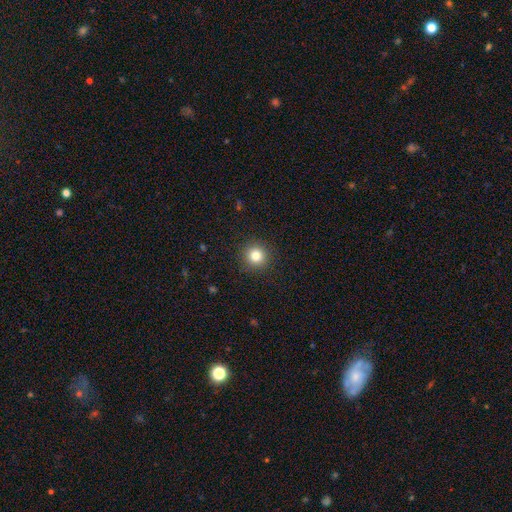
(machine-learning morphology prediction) A smooth galaxy with no disk features (81%) that is round (95%).

Vote fractions:
- Smooth or featured? smooth: 81% / star or artifact: 12% / featured or disk: 6%
- How rounded? round: 95% / in between: 4% / cigar-shaped: 1%
- Merging? none: 92% / minor disturbance: 5% / major disturbance: 2% / merger: 1%